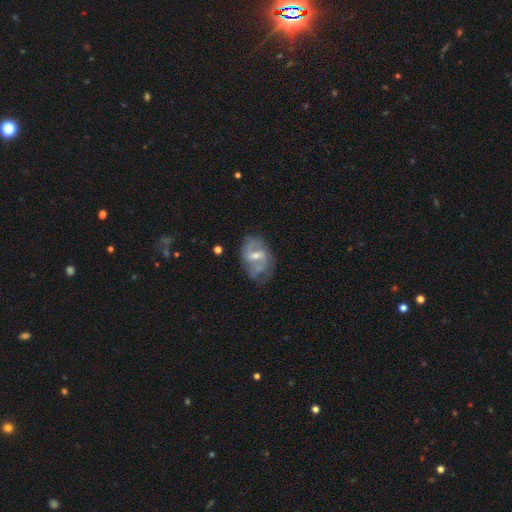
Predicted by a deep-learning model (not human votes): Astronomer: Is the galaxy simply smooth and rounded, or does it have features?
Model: featured or disk — 72%.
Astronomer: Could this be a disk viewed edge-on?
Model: no — 96%.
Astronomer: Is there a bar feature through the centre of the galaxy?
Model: weak — 53%.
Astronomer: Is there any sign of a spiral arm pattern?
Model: yes — 77%.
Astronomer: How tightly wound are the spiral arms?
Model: loose — 40%, tied with medium at 40%.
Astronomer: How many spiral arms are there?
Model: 2 — 70%.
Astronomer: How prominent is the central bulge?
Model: moderate — 47%, tied with small at 47%.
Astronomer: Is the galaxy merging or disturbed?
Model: none — 57%.